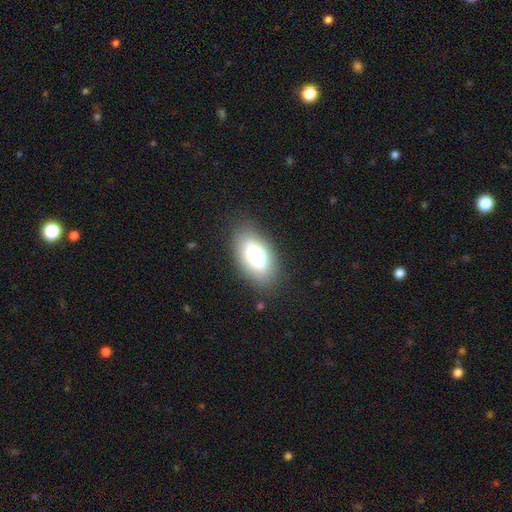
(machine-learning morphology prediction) smooth_or_featured: smooth (p=0.74) [alt: featured or disk p=0.17]
how_rounded: in between (p=0.91) [alt: round p=0.05]
merging: none (p=0.82) [alt: minor disturbance p=0.12]